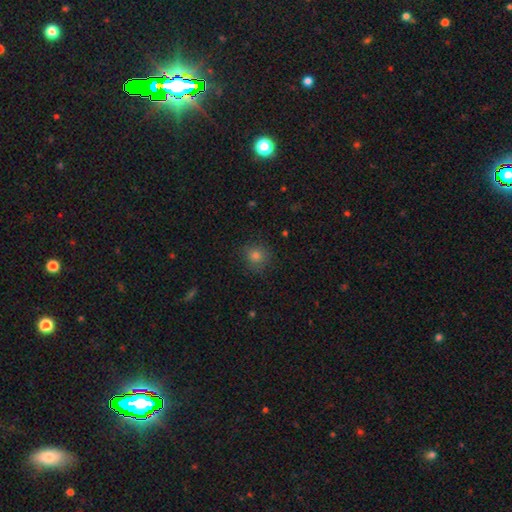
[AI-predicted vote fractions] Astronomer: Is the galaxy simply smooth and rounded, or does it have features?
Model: smooth — 76%.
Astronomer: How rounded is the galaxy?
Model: round — 87%.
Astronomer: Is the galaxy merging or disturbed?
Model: none — 84%.